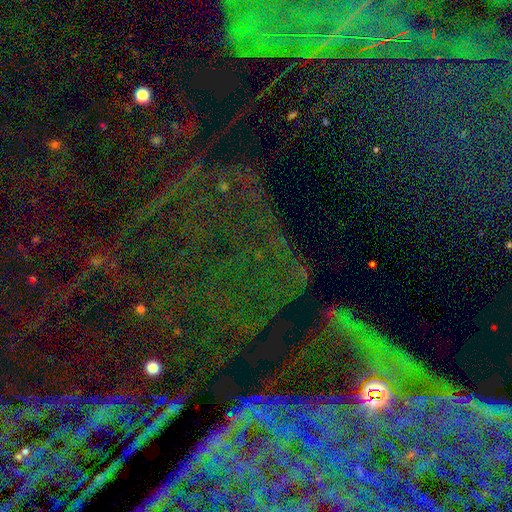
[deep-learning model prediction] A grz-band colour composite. It shows a star or artifact, not a galaxy (79%).